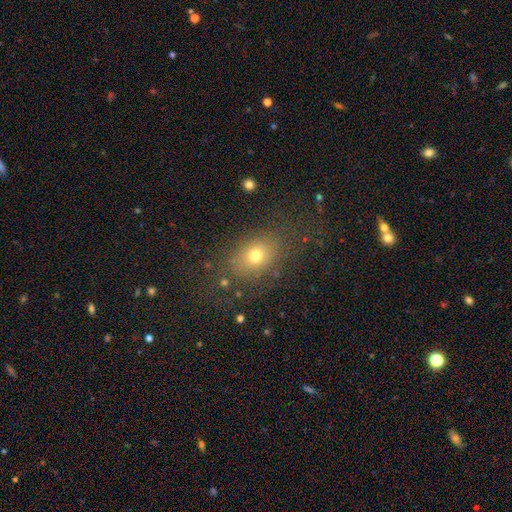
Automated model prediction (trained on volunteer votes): Smooth or featured?
  - smooth: 70% *
  - star or artifact: 16%
  - featured or disk: 14%
How rounded?
  - in between: 59% *
  - round: 39%
  - cigar-shaped: 2%
Merging?
  - none: 73% *
  - minor disturbance: 14%
  - major disturbance: 10%
  - merger: 3%